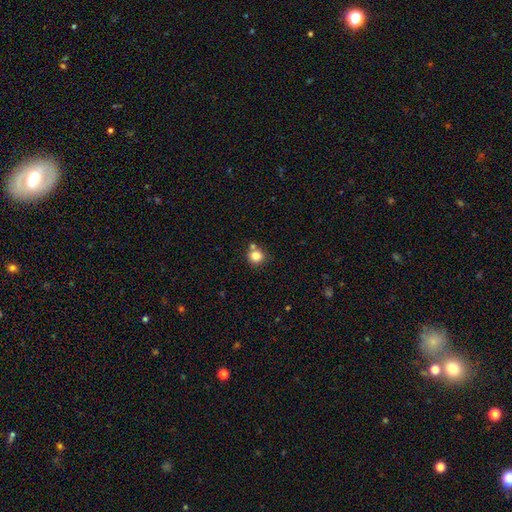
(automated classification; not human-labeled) Morphology: type=smooth (82%); roundness=round (89%); merging=none (67%).